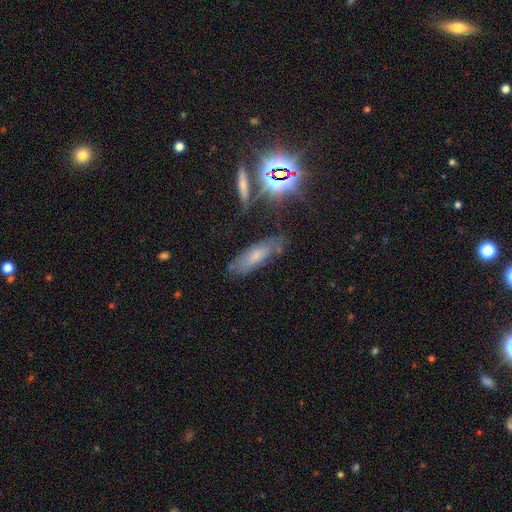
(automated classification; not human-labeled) Overall: smooth (52%; featured or disk 30%). How rounded: in between (55%; cigar-shaped 42%). Merging: none (69%).